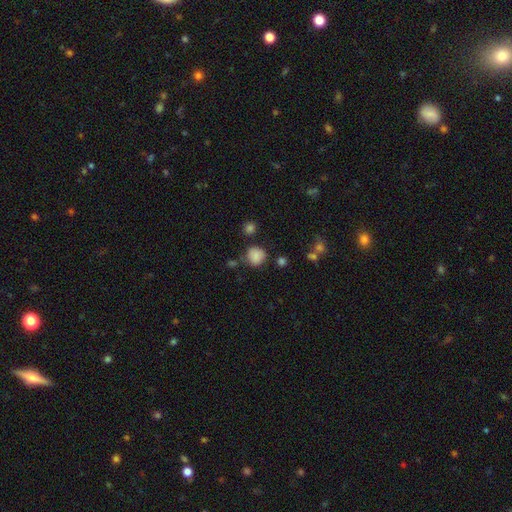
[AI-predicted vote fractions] This is clearly a smooth galaxy (84%). How rounded: clearly round (85%). Merging: likely none (74%).